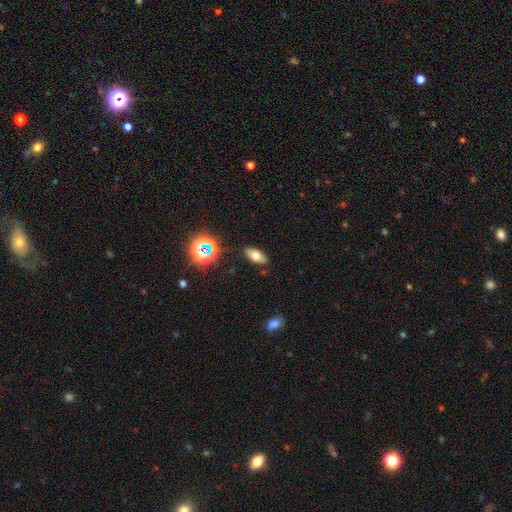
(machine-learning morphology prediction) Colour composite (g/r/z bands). It shows a smooth galaxy with no disk features (66%) that is in between round and cigar-shaped (83%). Merging: none (87%).